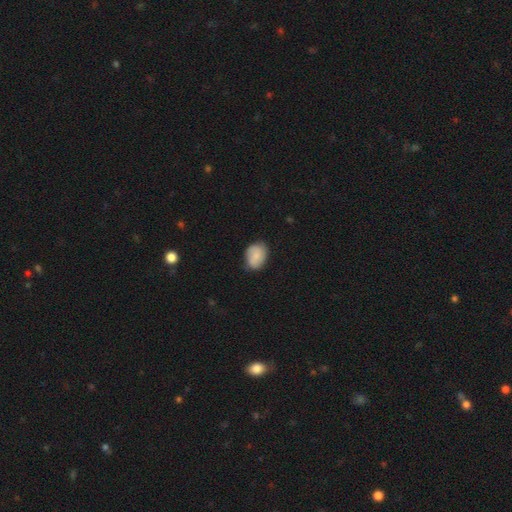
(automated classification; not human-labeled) This appears to be a smooth galaxy with no disk features (72%) that is in between round and cigar-shaped (69%). Merging: none (73%).